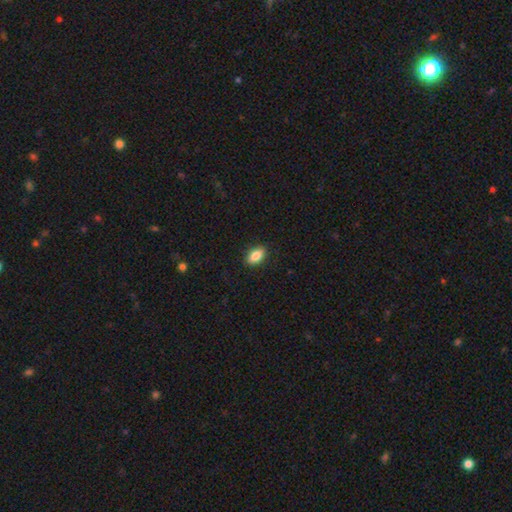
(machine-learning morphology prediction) smooth 85%, star or artifact 8%, featured or disk 7%. Down the decision tree: how rounded — in between (90%); merging — none (89%).